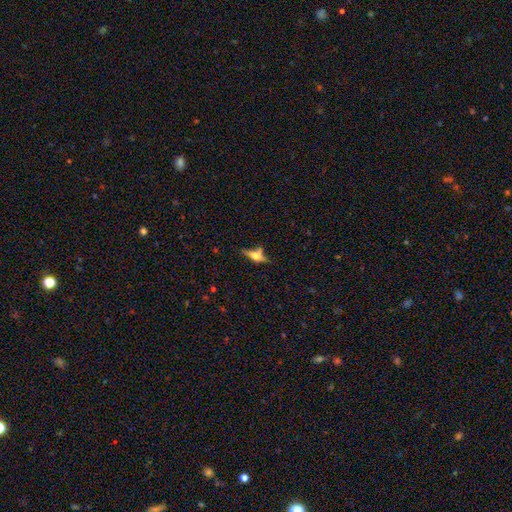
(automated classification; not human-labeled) smooth-or-featured: featured or disk: 52% | smooth: 36% | star or artifact: 12%
  disk-edge-on: yes: 88% | no: 12%
  merging: none: 58% | merger: 18% | minor disturbance: 16% | major disturbance: 8%